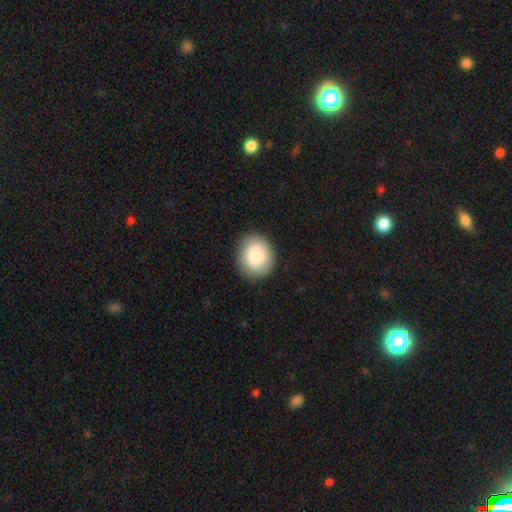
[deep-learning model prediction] Smooth or featured: smooth — 86% (featured or disk — 7%)
How rounded: round — 66% (in between — 33%)
Merging: none — 87% (minor disturbance — 9%)